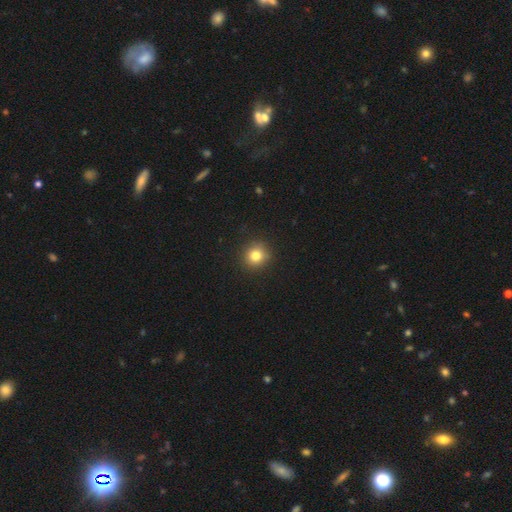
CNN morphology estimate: This appears to be a smooth galaxy with no disk features (81%) that is round (90%). Merging: none (90%).